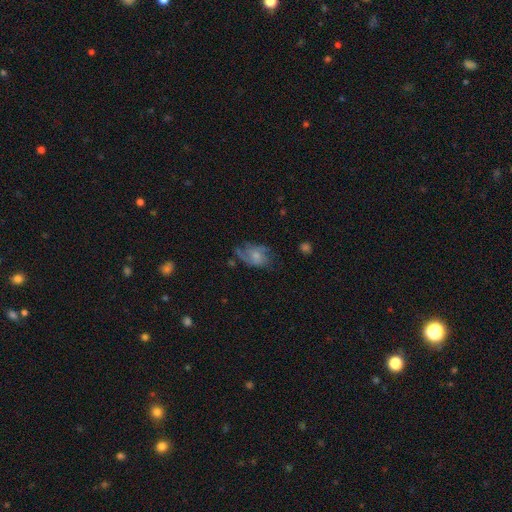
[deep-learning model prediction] smooth_or_featured: featured or disk (p=0.49) [alt: smooth p=0.43]
merging: none (p=0.45) [alt: minor disturbance p=0.29]